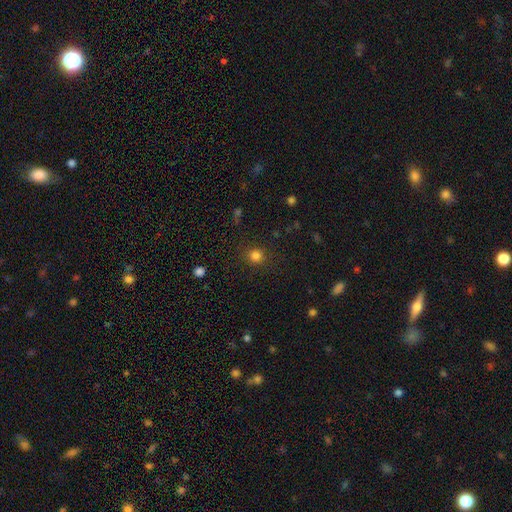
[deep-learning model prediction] Smooth or featured: smooth — 82% (star or artifact — 14%)
How rounded: round — 88% (in between — 11%)
Merging: none — 87% (minor disturbance — 8%)